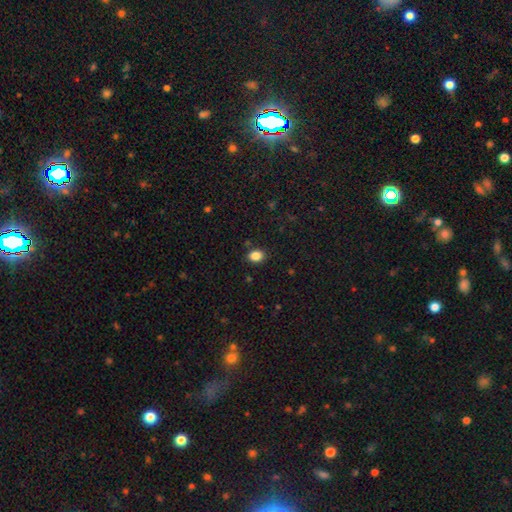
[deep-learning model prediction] A smooth galaxy with no disk features (86%) that is in between round and cigar-shaped (61%).

Vote fractions:
- Smooth or featured? smooth: 86% / star or artifact: 10% / featured or disk: 3%
- How rounded? in between: 61% / round: 38% / cigar-shaped: 1%
- Merging? none: 87% / minor disturbance: 9% / major disturbance: 2% / merger: 2%